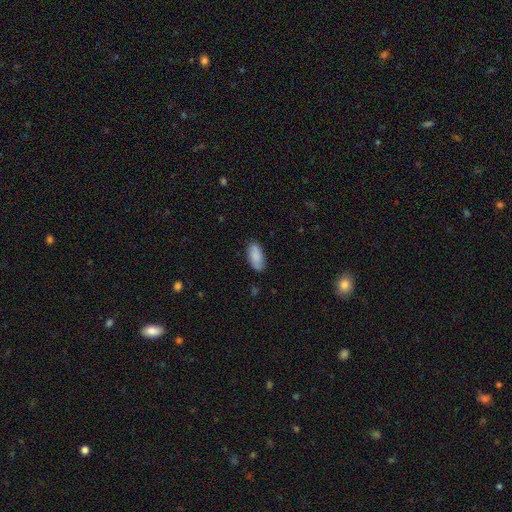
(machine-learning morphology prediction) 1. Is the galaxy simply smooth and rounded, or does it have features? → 86% smooth, 8% featured or disk, 6% star or artifact.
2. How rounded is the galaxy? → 89% in between, 9% cigar-shaped, 2% round.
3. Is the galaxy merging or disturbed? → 83% none, 13% minor disturbance, 3% major disturbance, 1% merger.